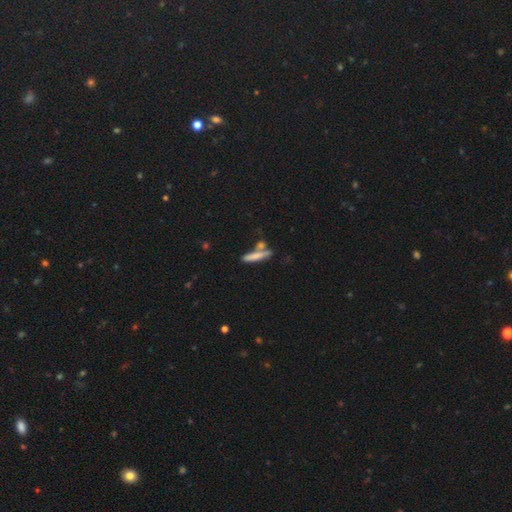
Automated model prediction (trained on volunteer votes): A smooth galaxy with no disk features (70%) that is cigar-shaped (84%). Merging: none (60%).